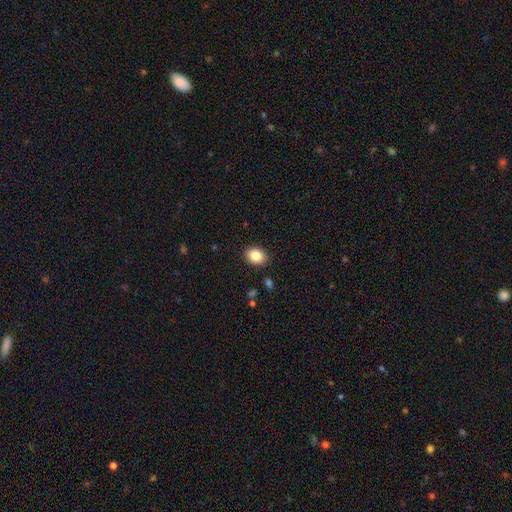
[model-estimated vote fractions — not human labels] This is clearly a smooth galaxy (86%). How rounded: likely in between (64%). Merging: clearly none (89%).